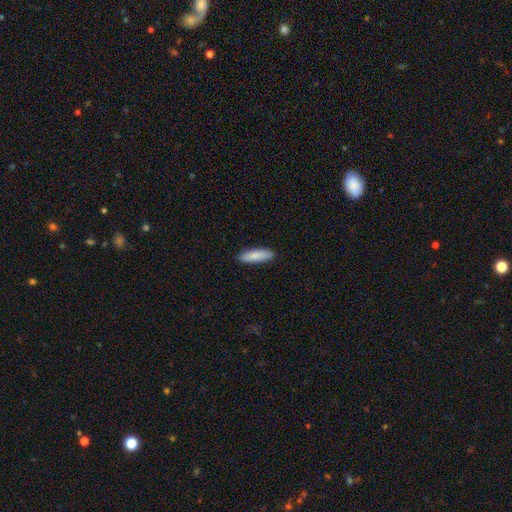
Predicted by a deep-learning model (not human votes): The model was most divided on "how rounded": cigar-shaped: 55%, in between: 44%, round: 2%. More confident: merging — none (89%); smooth or featured — smooth (86%).